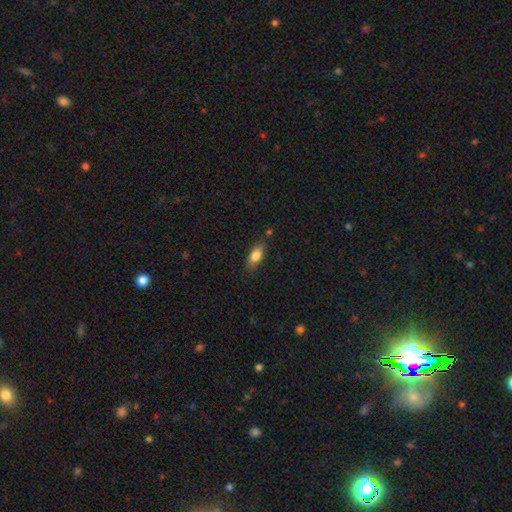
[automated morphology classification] Overall: smooth (79%). How rounded: in between (79%). Merging: none (80%).